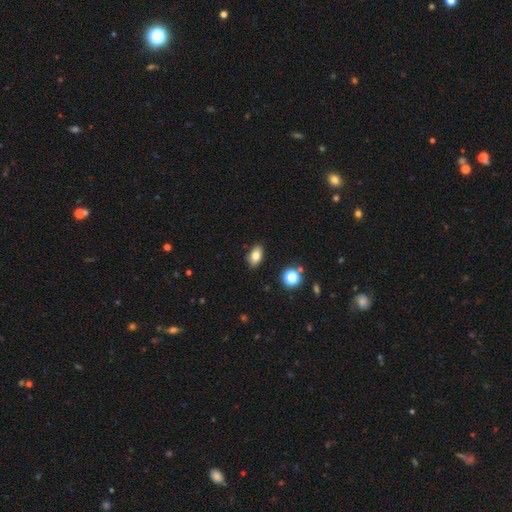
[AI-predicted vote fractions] Smooth or featured: smooth — 78% (featured or disk — 12%)
How rounded: in between — 87% (round — 10%)
Merging: none — 87% (minor disturbance — 9%)